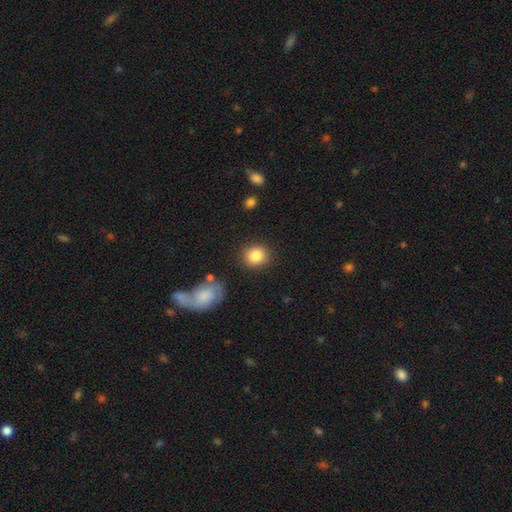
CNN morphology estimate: A smooth galaxy with no disk features (85%) that is round (80%).

Vote fractions:
- Smooth or featured? smooth: 85% / star or artifact: 9% / featured or disk: 6%
- How rounded? round: 80% / in between: 19% / cigar-shaped: 1%
- Merging? none: 86% / minor disturbance: 9% / merger: 3% / major disturbance: 3%